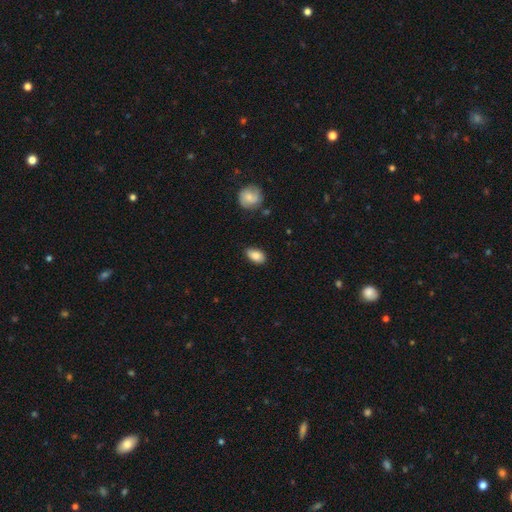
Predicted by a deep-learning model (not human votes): Overall: smooth (86%). How rounded: in between (90%). Merging: none (80%).